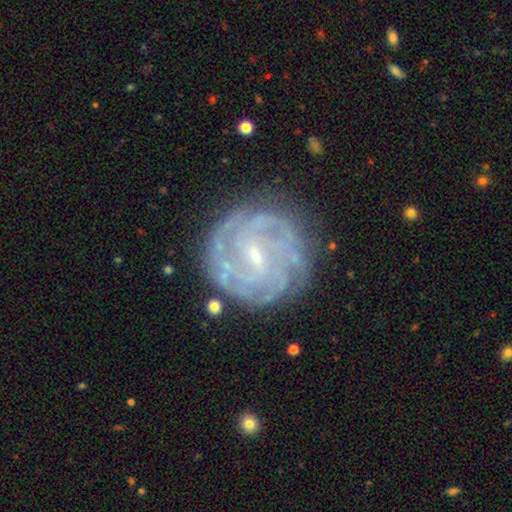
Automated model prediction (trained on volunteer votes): Smooth or featured? Predicted: featured or disk (p=0.84). Edge-on disk? Predicted: no (p=0.97). Bar? Predicted: weak (p=0.55). Spiral arms? Predicted: yes (p=0.93). Spiral winding? Predicted: tight (p=0.74). Spiral arm count? Predicted: can't tell (p=0.35). Bulge size? Predicted: small (p=0.76). Merging? Predicted: none (p=0.79).